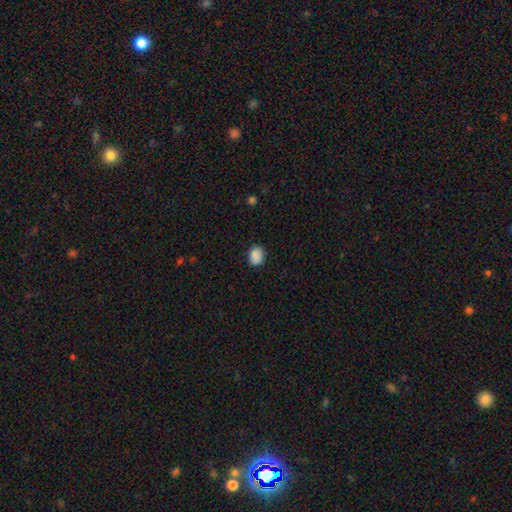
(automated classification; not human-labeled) Smooth or featured? smooth (87%)
How rounded? in between (52%)
Merging? none (81%)